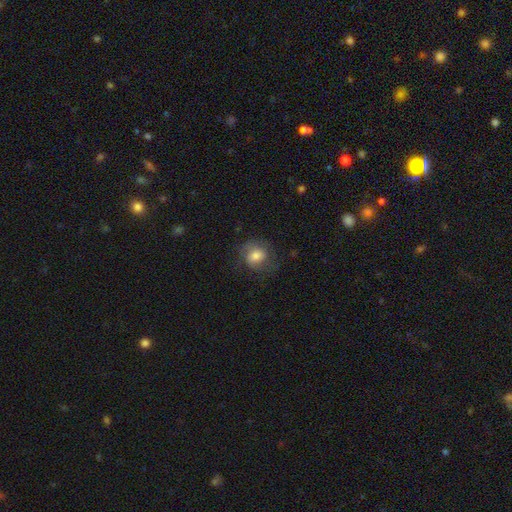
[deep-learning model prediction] This appears to be a smooth galaxy with no disk features (63%) that is round (69%). Merging: none (63%).